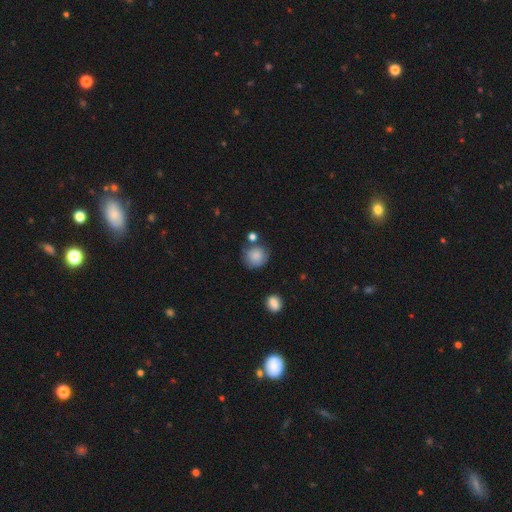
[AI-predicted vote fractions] smooth 85%, star or artifact 8%, featured or disk 7%. Down the decision tree: how rounded — round (88%); merging — none (69%).